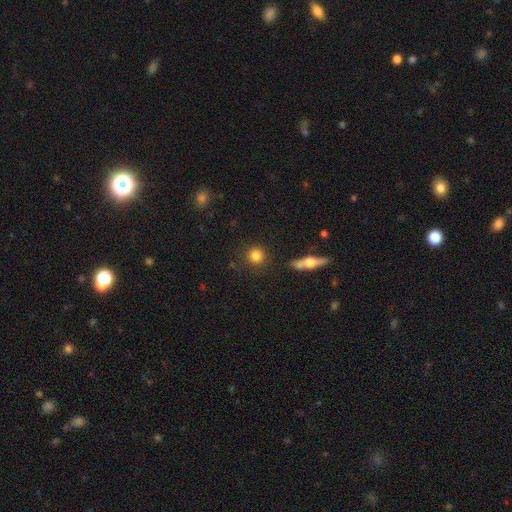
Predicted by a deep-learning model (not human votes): smooth 82%, star or artifact 10%, featured or disk 8%. Down the decision tree: how rounded — round (92%); merging — none (85%).